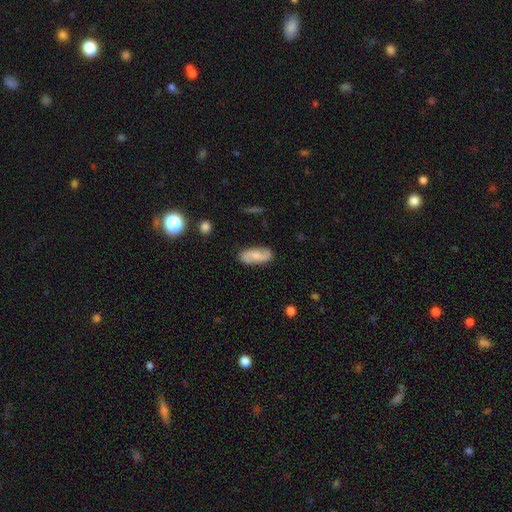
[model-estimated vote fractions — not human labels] This is possibly a featured or disk galaxy (57%). It is clearly not viewed edge-on (93%). Bar: possibly no (58%). Spiral arm pattern: clearly yes (91%). Central bulge: marginally small (43%). Merging: clearly none (83%).